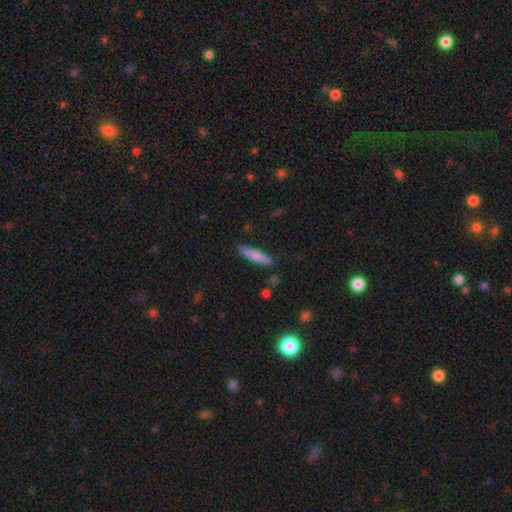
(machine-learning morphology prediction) Smooth or featured: smooth — 78% (featured or disk — 16%)
How rounded: cigar-shaped — 87% (in between — 11%)
Merging: none — 86% (minor disturbance — 10%)